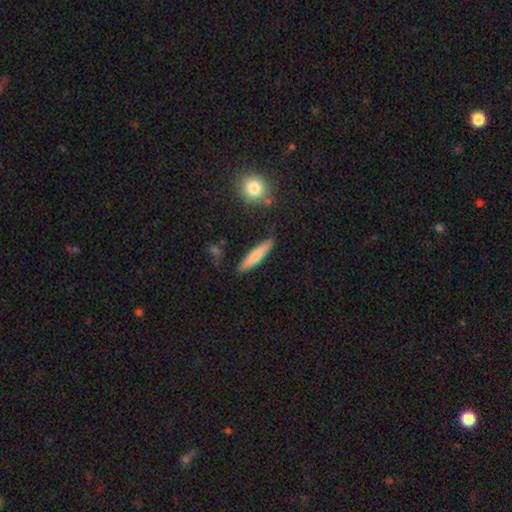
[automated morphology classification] Q: Smooth or featured?
A: smooth (72%); runner-up: featured or disk (22%)
Q: How rounded?
A: cigar-shaped (87%); runner-up: in between (12%)
Q: Merging?
A: none (85%); runner-up: minor disturbance (11%)